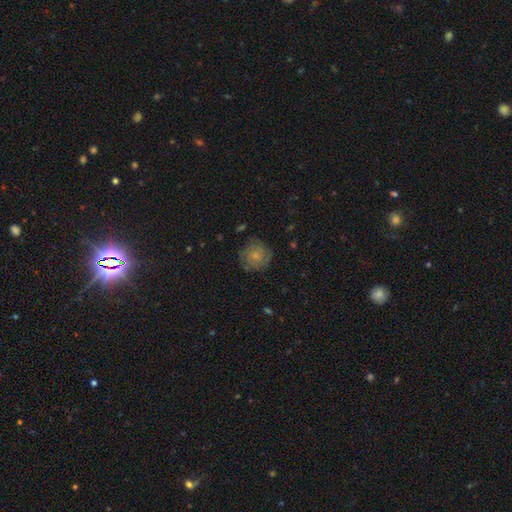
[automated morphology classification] This is possibly a smooth galaxy (47%). Merging: likely none (76%).